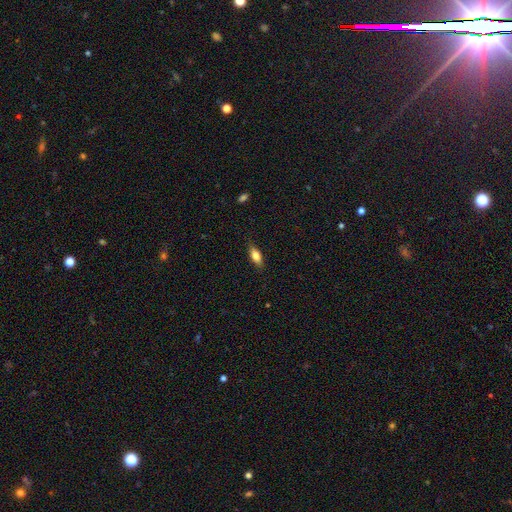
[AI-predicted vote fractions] smooth_or_featured: smooth (p=0.77) [alt: featured or disk p=0.16]
how_rounded: in between (p=0.71) [alt: cigar-shaped p=0.26]
merging: none (p=0.84) [alt: minor disturbance p=0.12]